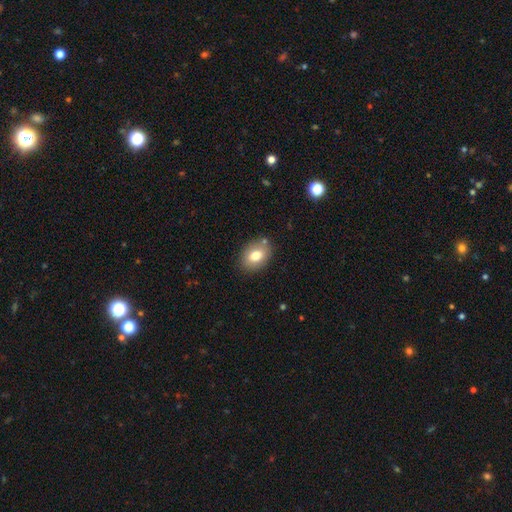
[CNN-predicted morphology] type=smooth (77%); roundness=in between (76%); merging=none (82%).